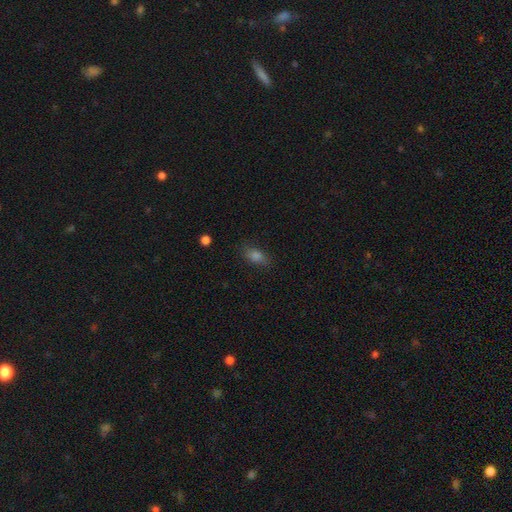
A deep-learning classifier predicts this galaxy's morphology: A smooth galaxy with no disk features (76%) that is in between round and cigar-shaped (79%). Merging: none (81%).